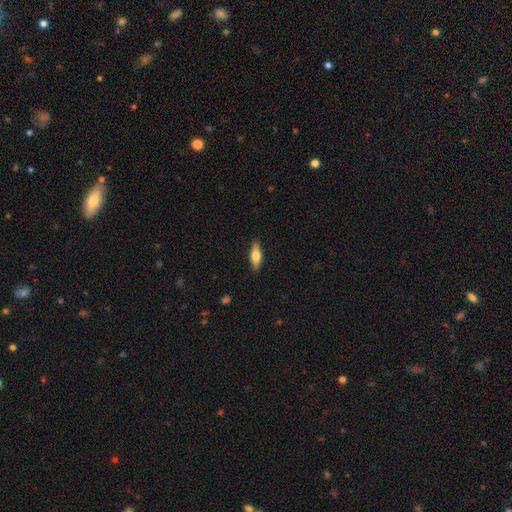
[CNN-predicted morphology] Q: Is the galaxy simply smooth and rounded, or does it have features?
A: smooth — 62%.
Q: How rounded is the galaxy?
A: in between — 57%.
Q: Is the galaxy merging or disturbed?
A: none — 89%.